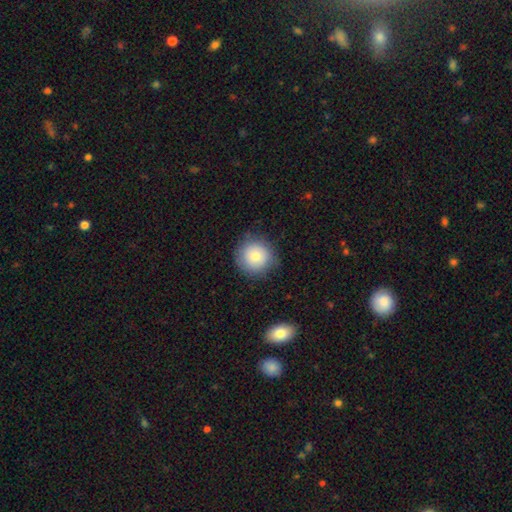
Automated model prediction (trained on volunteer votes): Smooth or featured? smooth (80%)
How rounded? round (93%)
Merging? none (83%)